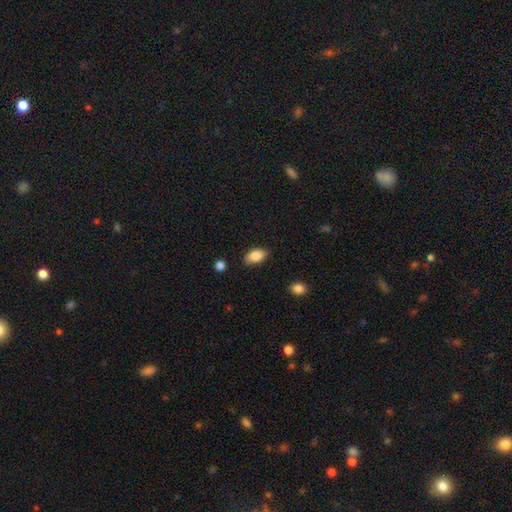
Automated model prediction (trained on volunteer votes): Smooth or featured: smooth — 85% (featured or disk — 8%)
How rounded: in between — 91% (round — 6%)
Merging: none — 82% (minor disturbance — 14%)